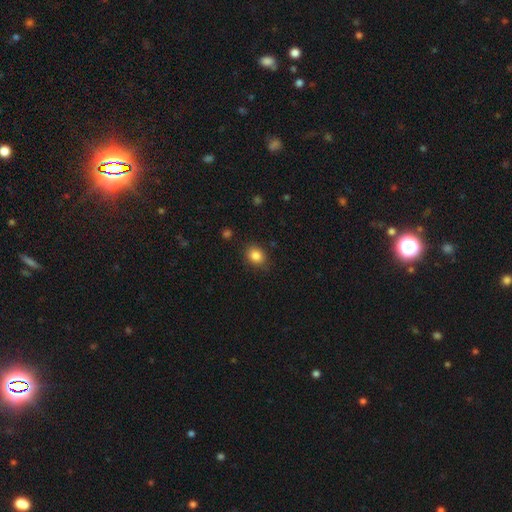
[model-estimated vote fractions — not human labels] smooth 85%, star or artifact 10%, featured or disk 5%. Down the decision tree: how rounded — round (57%); merging — none (82%).